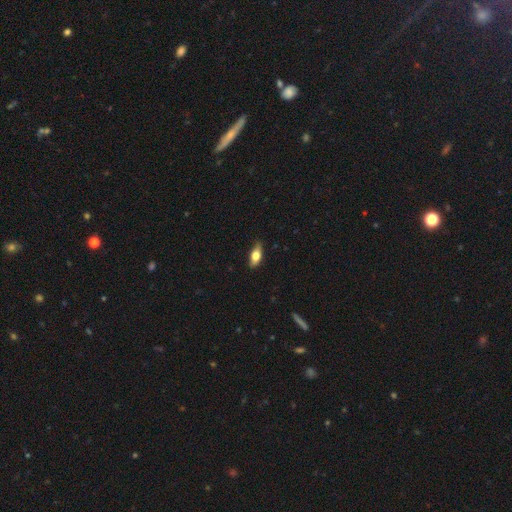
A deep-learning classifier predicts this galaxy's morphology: smooth-or-featured: smooth: 61% | featured or disk: 32% | star or artifact: 7%
  how-rounded: in between: 75% | cigar-shaped: 20% | round: 5%
  merging: none: 82% | minor disturbance: 14% | major disturbance: 3% | merger: 1%